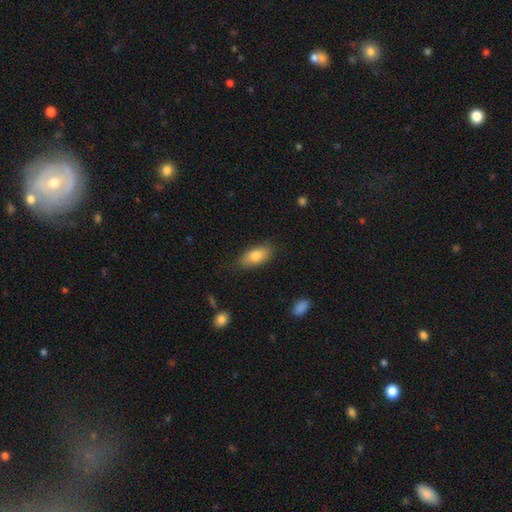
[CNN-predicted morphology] type=smooth (80%); roundness=in between (87%); merging=none (81%).